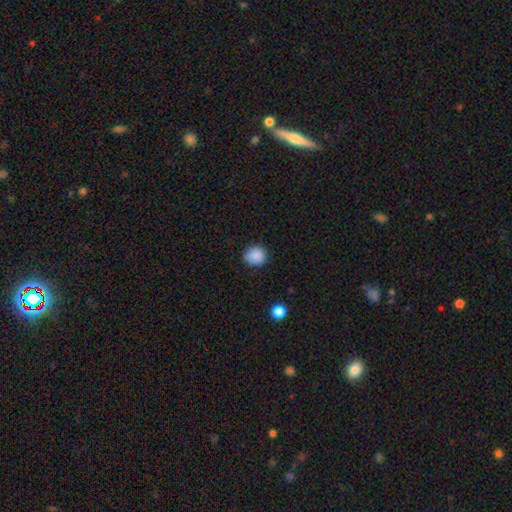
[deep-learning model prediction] This is clearly a smooth galaxy (88%). How rounded: clearly round (84%). Merging: clearly none (83%).